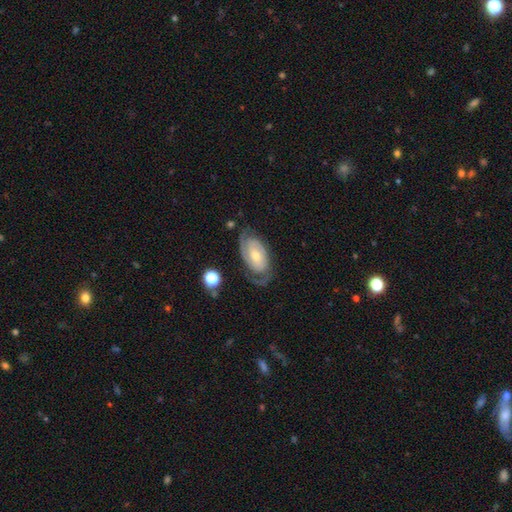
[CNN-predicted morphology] This appears to be a featured or disk galaxy (85%) with no bar (57%), 2 (78%) tight (58%) spiral arms (96%) and a moderate central bulge (49%). Merging: none (71%).